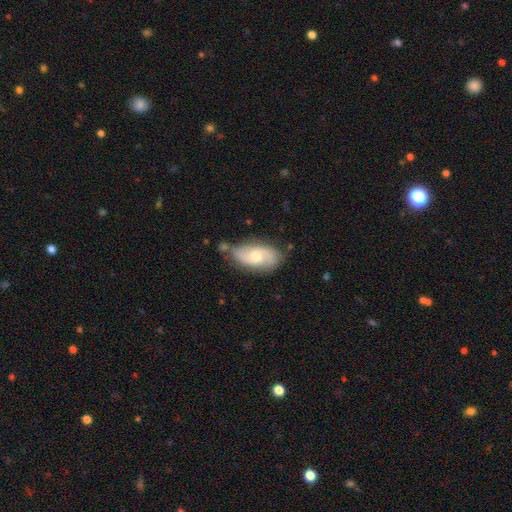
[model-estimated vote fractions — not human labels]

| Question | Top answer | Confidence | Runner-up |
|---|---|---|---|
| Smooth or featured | featured or disk | 66% | smooth (28%) |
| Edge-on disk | no | 94% | yes (6%) |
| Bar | no | 58% | weak (36%) |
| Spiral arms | yes | 89% | no (11%) |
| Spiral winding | medium | 44% | loose (36%) |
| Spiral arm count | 2 | 83% | can't tell (10%) |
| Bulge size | moderate | 64% | small (29%) |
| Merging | none | 63% | minor disturbance (23%) |